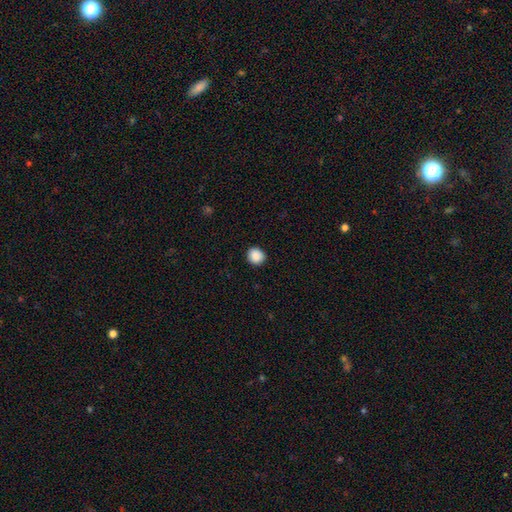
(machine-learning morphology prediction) A smooth galaxy with no disk features (89%) that is round (86%).

Vote fractions:
- Smooth or featured? smooth: 89% / star or artifact: 8% / featured or disk: 3%
- How rounded? round: 86% / in between: 13% / cigar-shaped: 1%
- Merging? none: 91% / minor disturbance: 6% / major disturbance: 2% / merger: 1%